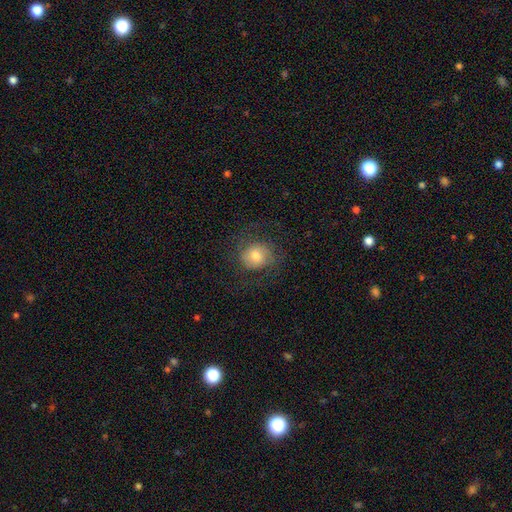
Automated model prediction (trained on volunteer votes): smooth-or-featured: smooth: 51% | featured or disk: 39% | star or artifact: 10%
  how-rounded: round: 77% | in between: 22% | cigar-shaped: 1%
  merging: none: 70% | minor disturbance: 15% | major disturbance: 14% | merger: 1%